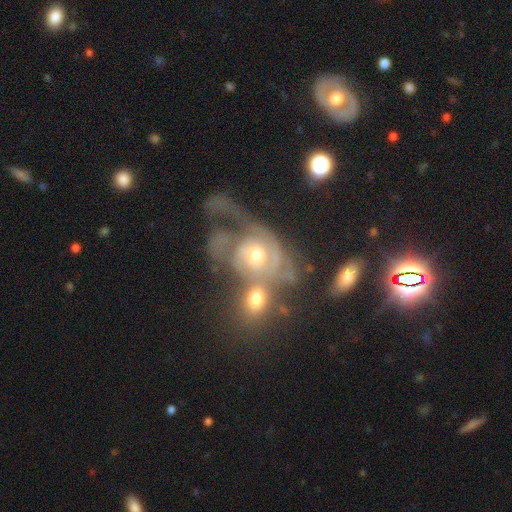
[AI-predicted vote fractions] This appears to be a featured or disk galaxy (68%) with no bar (72%), 2 (35%) medium (36%) spiral arms (79%) and a moderate central bulge (61%). Merging: merger (53%).